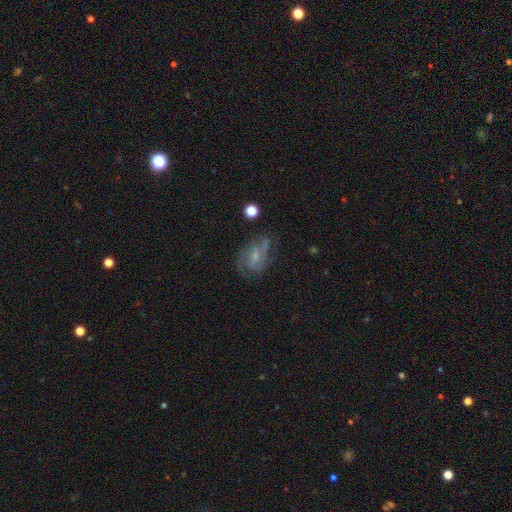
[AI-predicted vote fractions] Smooth or featured? Predicted: featured or disk (p=0.66). Edge-on disk? Predicted: no (p=0.95). Bar? Predicted: weak (p=0.46). Spiral arms? Predicted: yes (p=0.81). Spiral winding? Predicted: medium (p=0.46). Spiral arm count? Predicted: 2 (p=0.44). Bulge size? Predicted: small (p=0.60). Merging? Predicted: none (p=0.56).